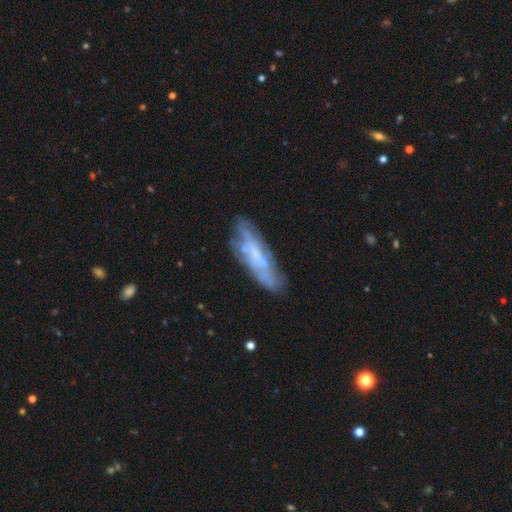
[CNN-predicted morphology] smooth_or_featured: featured or disk (p=0.57) [alt: smooth p=0.35]
disk_edge_on: no (p=0.68) [alt: yes p=0.32]
merging: none (p=0.68) [alt: minor disturbance p=0.20]